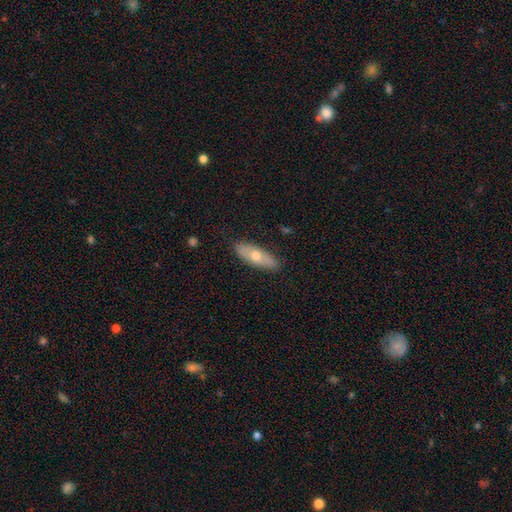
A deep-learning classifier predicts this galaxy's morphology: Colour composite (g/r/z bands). It shows a smooth galaxy with no disk features (59%) that is in between round and cigar-shaped (61%). Merging: none (86%).